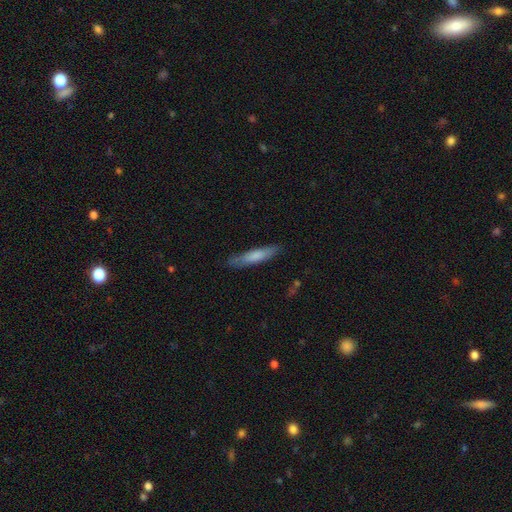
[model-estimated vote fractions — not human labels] Q: Smooth or featured?
A: smooth (70%); runner-up: featured or disk (25%)
Q: How rounded?
A: cigar-shaped (86%); runner-up: in between (13%)
Q: Merging?
A: none (81%); runner-up: minor disturbance (15%)